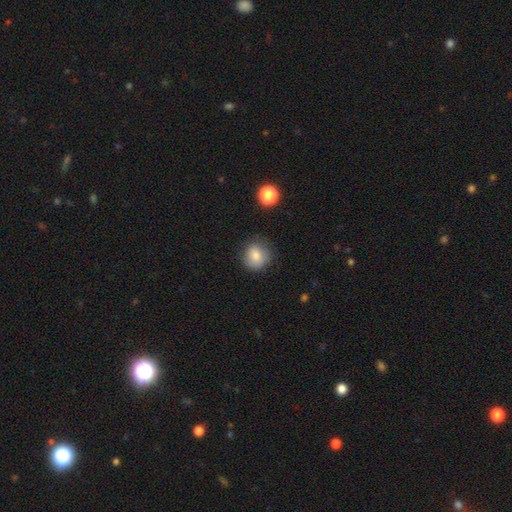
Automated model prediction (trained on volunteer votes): Smooth or featured? Predicted: smooth (p=0.82). How rounded? Predicted: round (p=0.82). Merging? Predicted: none (p=0.75).